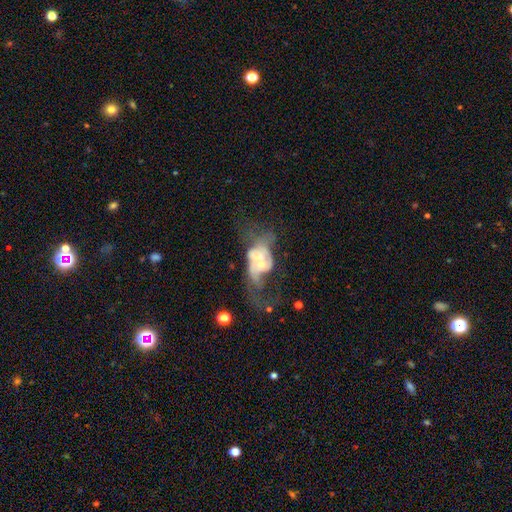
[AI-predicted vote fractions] Overall: featured or disk (68%). Edge-on disk: no (96%). Bar: no (68%). Spiral arms: yes (59%; no 41%). Bulge size: moderate (50%; small 35%). Merging: merger (50%; major disturbance 29%).